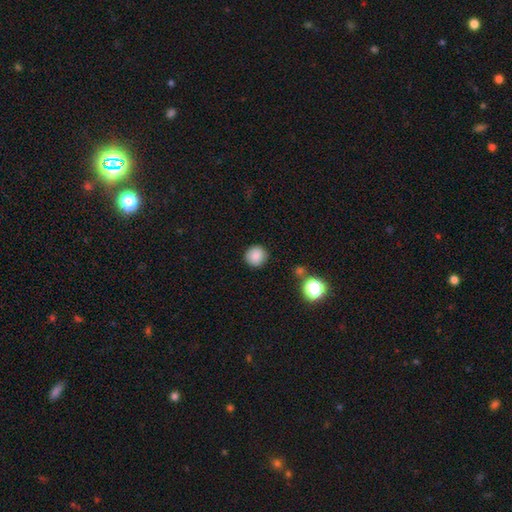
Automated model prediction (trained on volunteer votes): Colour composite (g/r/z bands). It shows a smooth galaxy with no disk features (86%) that is round (94%). Merging: none (90%).